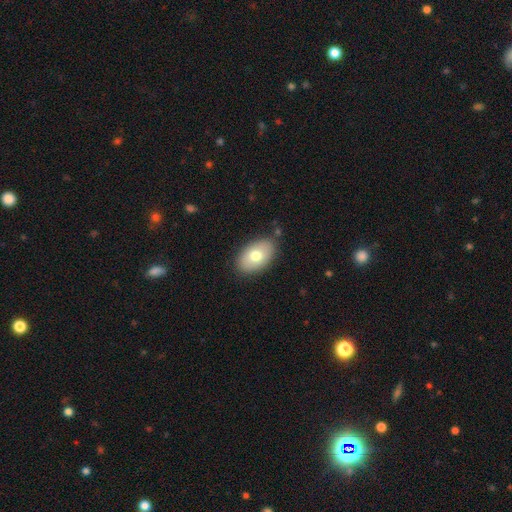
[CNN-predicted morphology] smooth 72%, featured or disk 21%, star or artifact 7%. Down the decision tree: how rounded — in between (91%); merging — none (84%).